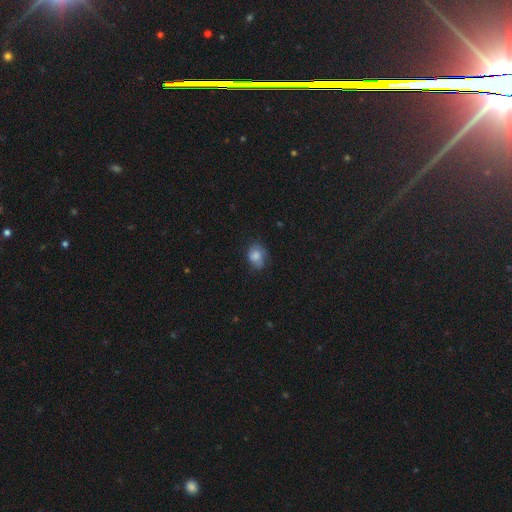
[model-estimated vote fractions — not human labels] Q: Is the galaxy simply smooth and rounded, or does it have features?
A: smooth — 77%.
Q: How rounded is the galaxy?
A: in between — 53%.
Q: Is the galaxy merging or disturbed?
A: none — 55%.